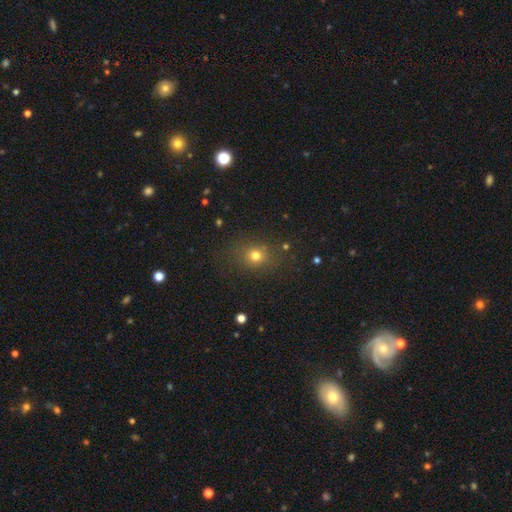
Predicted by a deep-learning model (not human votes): Q: Smooth or featured?
A: smooth (73%); runner-up: star or artifact (18%)
Q: How rounded?
A: round (68%); runner-up: in between (31%)
Q: Merging?
A: none (81%); runner-up: minor disturbance (12%)